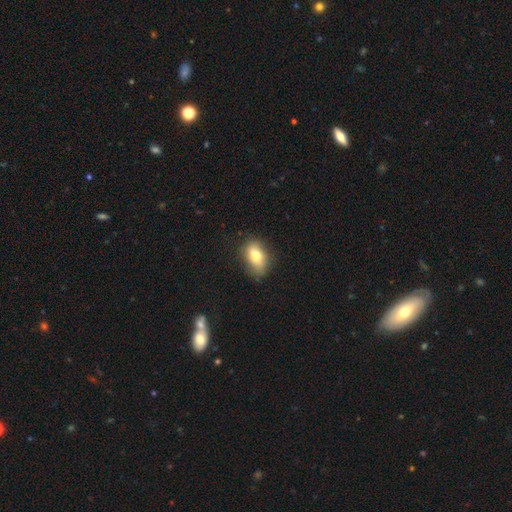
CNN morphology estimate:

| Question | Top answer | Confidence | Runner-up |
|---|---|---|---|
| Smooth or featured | smooth | 76% | featured or disk (16%) |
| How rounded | in between | 84% | round (12%) |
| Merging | none | 75% | minor disturbance (19%) |